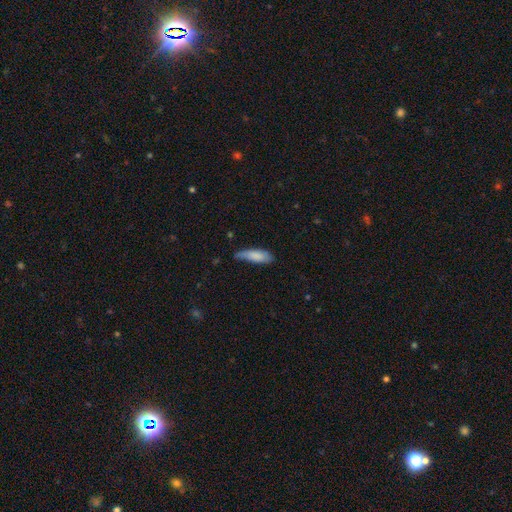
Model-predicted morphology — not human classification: Q: Smooth or featured?
A: smooth (82%); runner-up: featured or disk (12%)
Q: How rounded?
A: in between (51%); runner-up: cigar-shaped (47%)
Q: Merging?
A: none (47%); runner-up: minor disturbance (41%)